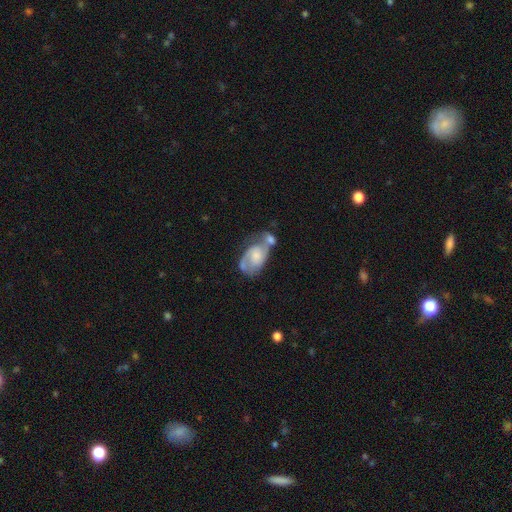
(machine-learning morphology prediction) The model was most divided on "bulge size": small: 35%, moderate: 33%, none: 17%, large: 12%, dominant: 2%. Remaining: edge-on disk — no (97%); spiral arms — yes (81%); bar — no (66%); smooth or featured — featured or disk (61%); merging — merger (40%).